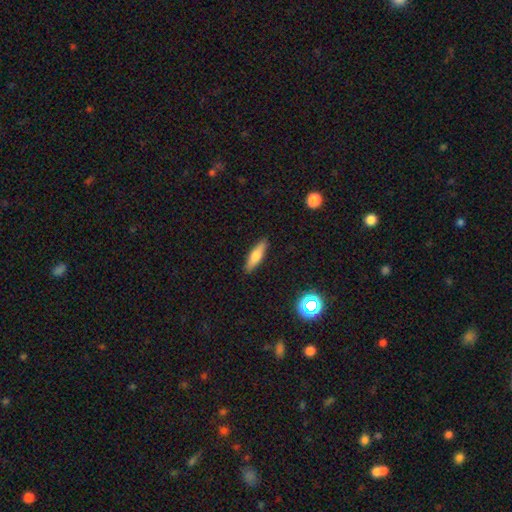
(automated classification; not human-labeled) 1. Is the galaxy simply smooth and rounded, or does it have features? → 60% smooth, 32% featured or disk, 8% star or artifact.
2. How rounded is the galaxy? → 68% cigar-shaped, 29% in between, 2% round.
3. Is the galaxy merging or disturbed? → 89% none, 8% minor disturbance, 2% major disturbance, 1% merger.